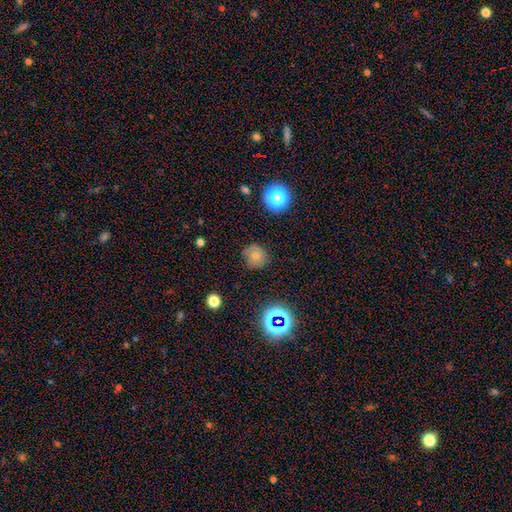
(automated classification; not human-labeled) smooth 66%, star or artifact 18%, featured or disk 16%. Down the decision tree: how rounded — round (87%); merging — none (73%).